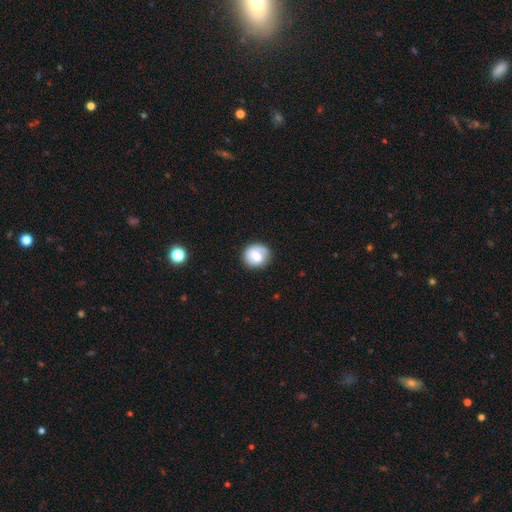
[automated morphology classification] This is likely a smooth galaxy (61%). How rounded: likely round (77%). Merging: likely none (73%).